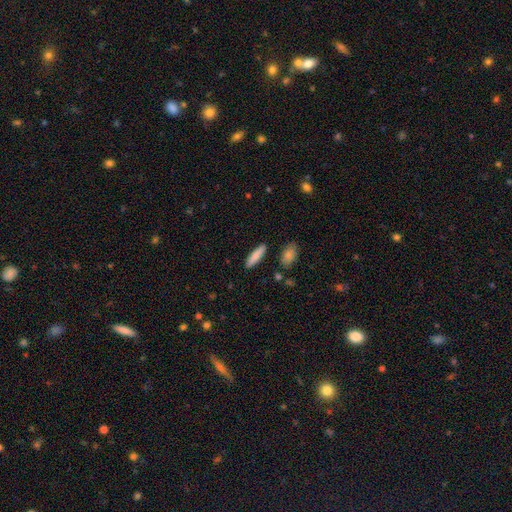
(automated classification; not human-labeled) This is clearly a smooth galaxy (85%). How rounded: likely cigar-shaped (70%). Merging: clearly none (89%).